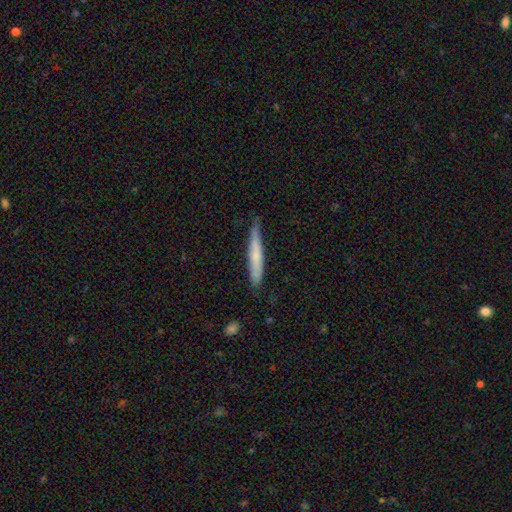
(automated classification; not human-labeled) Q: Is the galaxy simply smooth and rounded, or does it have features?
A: smooth — 64%.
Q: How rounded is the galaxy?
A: cigar-shaped — 95%.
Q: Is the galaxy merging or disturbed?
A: none — 75%.